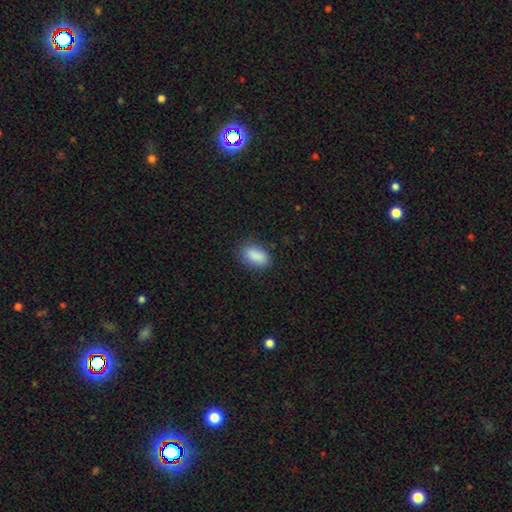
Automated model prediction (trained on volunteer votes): A smooth galaxy with no disk features (88%) that is in between round and cigar-shaped (90%). Merging: none (82%).